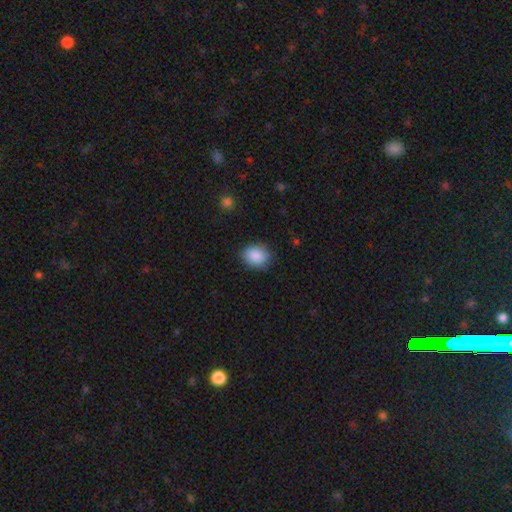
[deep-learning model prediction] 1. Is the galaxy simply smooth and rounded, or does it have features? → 89% smooth, 7% star or artifact, 4% featured or disk.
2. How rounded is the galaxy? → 50% round, 49% in between, 1% cigar-shaped.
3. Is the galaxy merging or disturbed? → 83% none, 13% minor disturbance, 3% major disturbance, 1% merger.